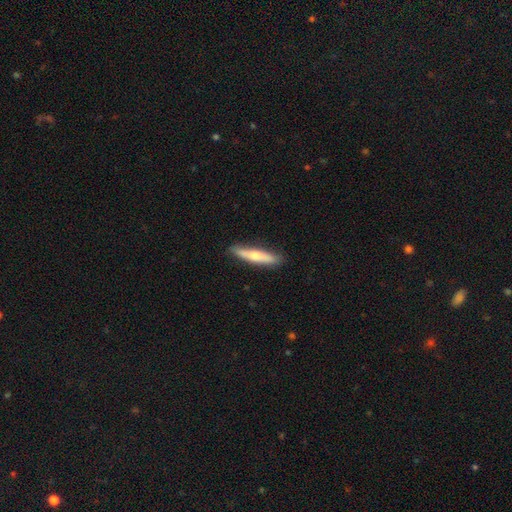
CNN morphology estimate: Overall: smooth (63%; featured or disk 32%). How rounded: cigar-shaped (88%). Merging: none (83%).